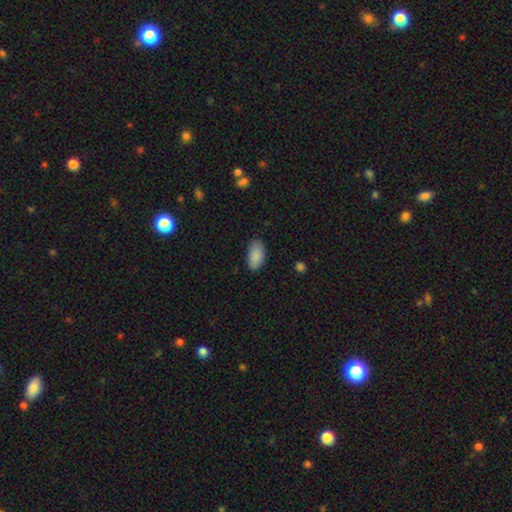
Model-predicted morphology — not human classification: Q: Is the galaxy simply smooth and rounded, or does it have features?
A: smooth — 89%.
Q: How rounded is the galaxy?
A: in between — 94%.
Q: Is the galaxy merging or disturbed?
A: none — 83%.